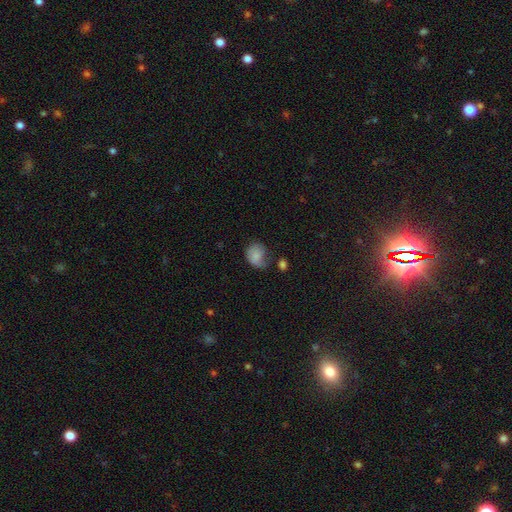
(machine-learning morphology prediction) This appears to be a smooth galaxy with no disk features (75%) that is round (52%). Merging: none (36%).